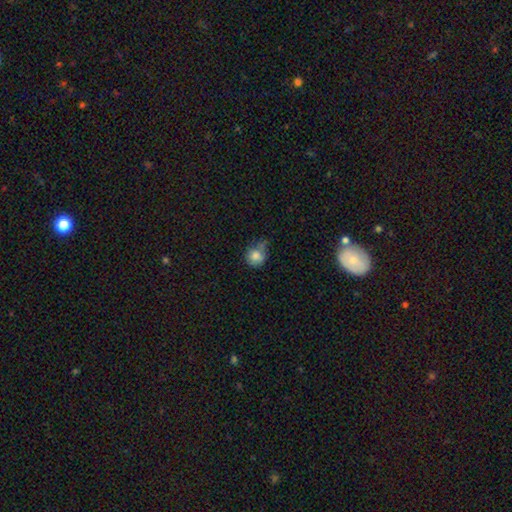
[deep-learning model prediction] Smooth or featured?
  - smooth: 80% *
  - star or artifact: 10%
  - featured or disk: 10%
How rounded?
  - round: 78% *
  - in between: 21%
  - cigar-shaped: 1%
Merging?
  - none: 44% *
  - minor disturbance: 35%
  - major disturbance: 12%
  - merger: 8%